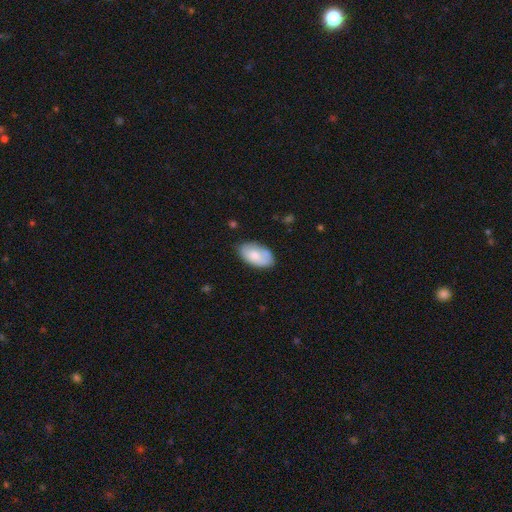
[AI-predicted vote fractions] Overall: smooth (74%). How rounded: in between (94%). Merging: none (69%).